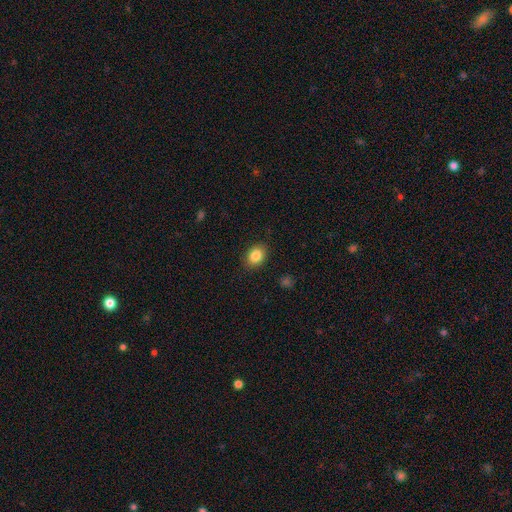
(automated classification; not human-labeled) The model was most divided on "how rounded": in between: 66%, round: 33%, cigar-shaped: 1%. More confident: merging — none (88%); smooth or featured — smooth (85%).